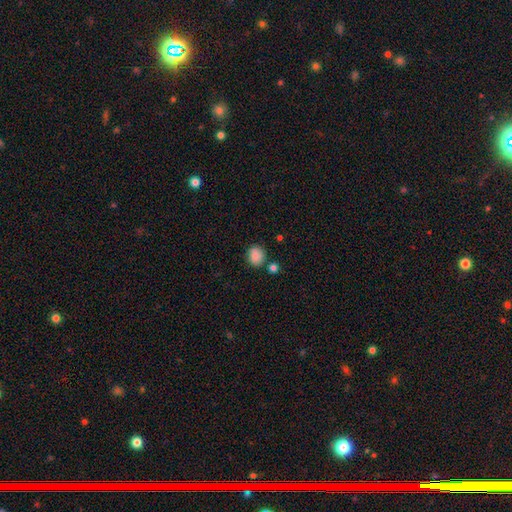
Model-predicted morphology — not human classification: The model was most divided on "how rounded": round: 66%, in between: 33%, cigar-shaped: 1%. More confident: smooth or featured — smooth (84%); merging — none (75%).